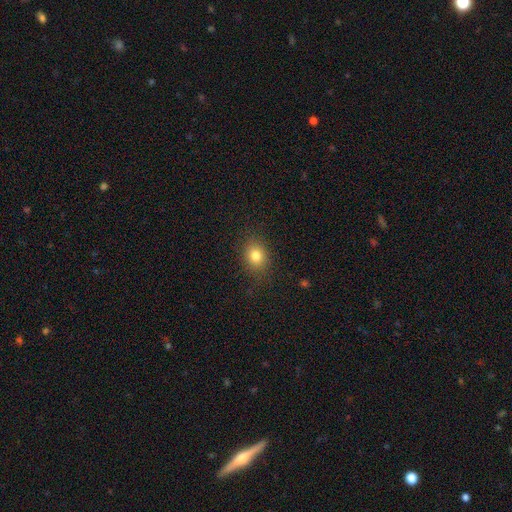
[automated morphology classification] The model was most divided on "how rounded": round: 54%, in between: 45%, cigar-shaped: 1%. More confident: merging — none (83%); smooth or featured — smooth (80%).